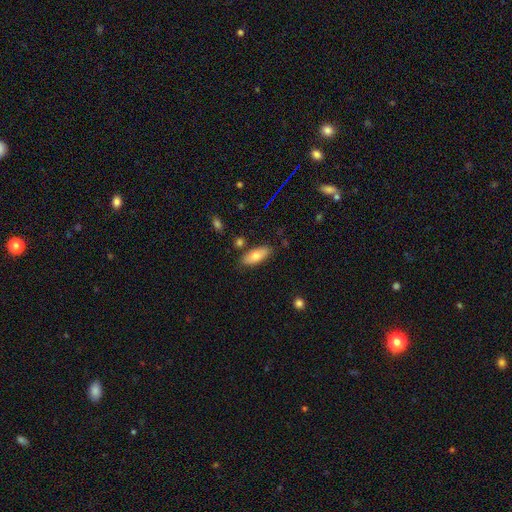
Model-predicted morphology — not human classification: Smooth or featured: smooth — 74% (featured or disk — 19%)
How rounded: in between — 80% (cigar-shaped — 18%)
Merging: none — 81% (minor disturbance — 13%)